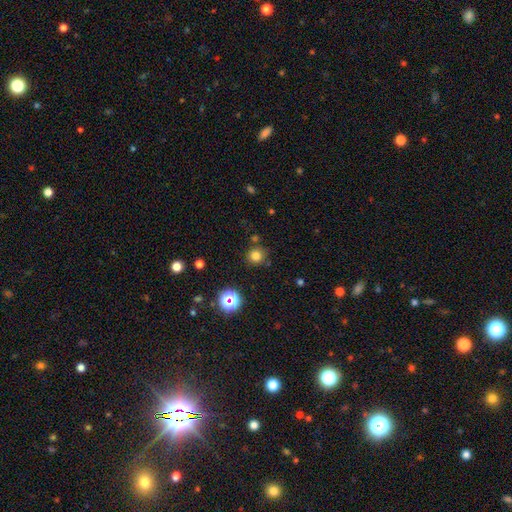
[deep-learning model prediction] Morphology: type=smooth (77%); roundness=round (93%); merging=none (82%).